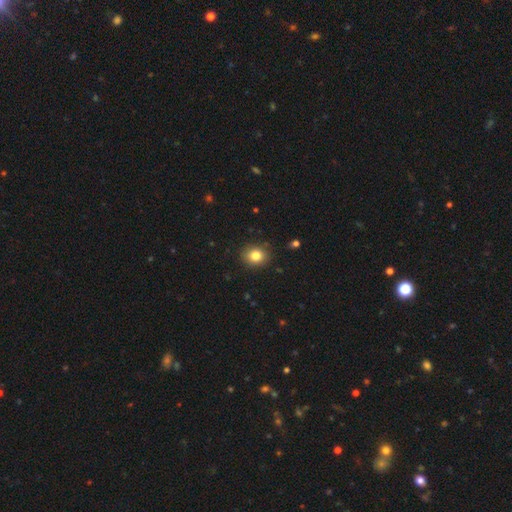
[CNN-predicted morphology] smooth 83%, star or artifact 10%, featured or disk 7%. Down the decision tree: how rounded — round (70%); merging — none (89%).